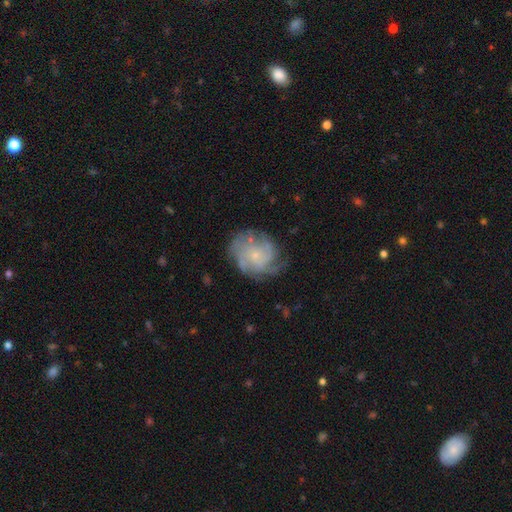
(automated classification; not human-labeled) Q: Smooth or featured?
A: featured or disk (73%); runner-up: smooth (19%)
Q: Edge-on disk?
A: no (98%); runner-up: yes (2%)
Q: Bar?
A: no (80%); runner-up: weak (18%)
Q: Spiral arms?
A: yes (89%); runner-up: no (11%)
Q: Spiral winding?
A: tight (49%); runner-up: medium (36%)
Q: Spiral arm count?
A: can't tell (36%); runner-up: 4 (22%)
Q: Bulge size?
A: small (77%); runner-up: moderate (15%)
Q: Merging?
A: none (64%); runner-up: minor disturbance (22%)